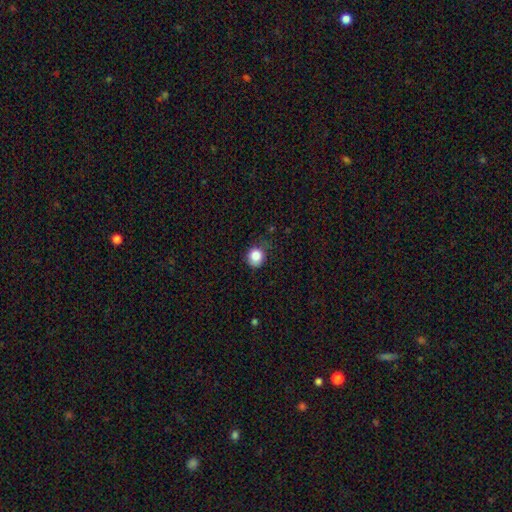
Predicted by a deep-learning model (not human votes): Overall: smooth (84%). How rounded: round (80%). Merging: none (68%).